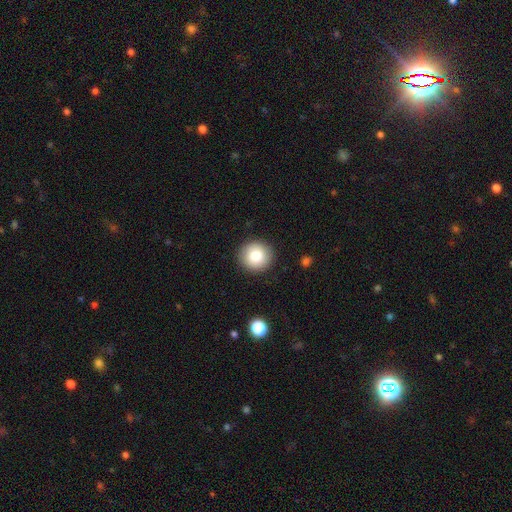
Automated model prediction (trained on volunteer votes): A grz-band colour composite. It shows a smooth galaxy with no disk features (82%) that is round (93%). Merging: none (90%).